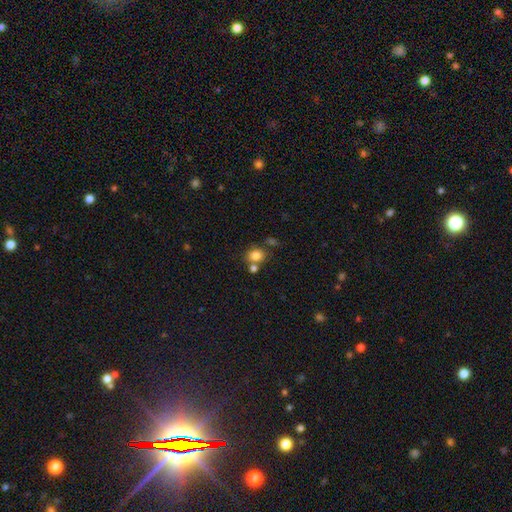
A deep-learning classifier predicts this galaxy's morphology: Q: Smooth or featured?
A: smooth (81%); runner-up: star or artifact (12%)
Q: How rounded?
A: round (72%); runner-up: in between (27%)
Q: Merging?
A: none (62%); runner-up: merger (22%)